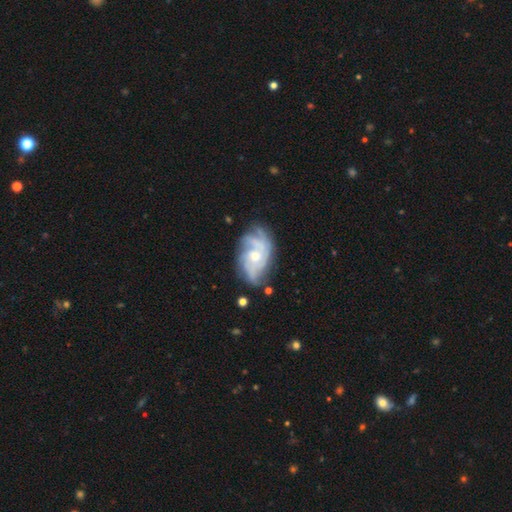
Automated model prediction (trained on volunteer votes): A featured or disk galaxy (83%) with no bar (69%), tight (46%) spiral arms (93%) and a moderate central bulge (56%). Merging: none (62%).